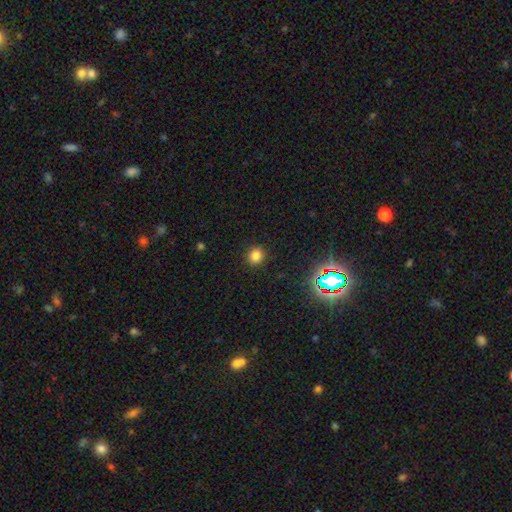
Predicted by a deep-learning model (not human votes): This is clearly a smooth galaxy (80%). How rounded: clearly round (83%). Merging: clearly none (90%).